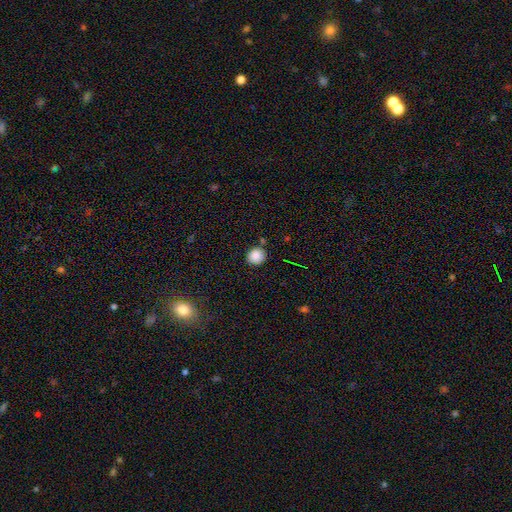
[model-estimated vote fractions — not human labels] Smooth or featured: smooth — 86% (star or artifact — 10%)
How rounded: round — 84% (in between — 15%)
Merging: none — 81% (minor disturbance — 11%)